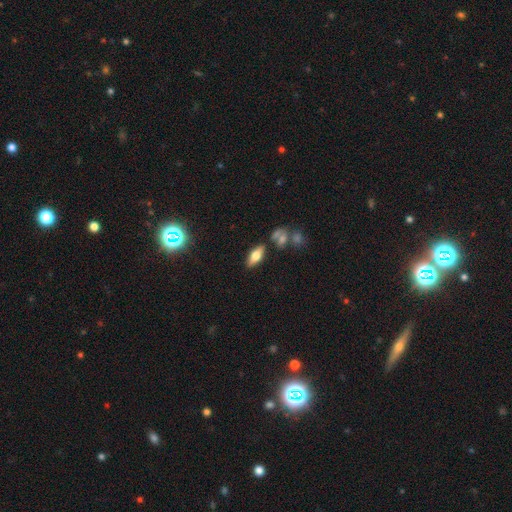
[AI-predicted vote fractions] smooth-or-featured: smooth: 62% | featured or disk: 29% | star or artifact: 9%
  how-rounded: in between: 79% | cigar-shaped: 17% | round: 3%
  merging: none: 78% | minor disturbance: 12% | merger: 7% | major disturbance: 3%